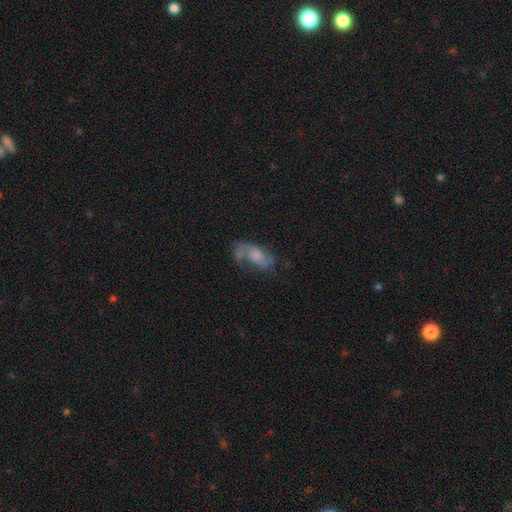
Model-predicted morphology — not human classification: Smooth or featured? Predicted: featured or disk (p=0.61). Edge-on disk? Predicted: no (p=0.94). Bar? Predicted: no (p=0.67). Spiral arms? Predicted: yes (p=0.85). Bulge size? Predicted: moderate (p=0.40). Merging? Predicted: none (p=0.50).